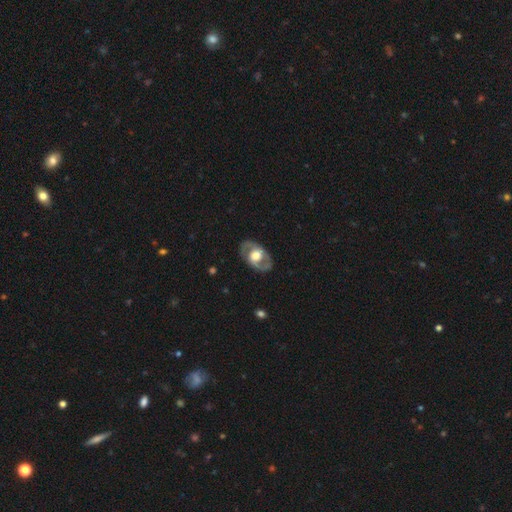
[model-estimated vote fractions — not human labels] Smooth or featured?
  - featured or disk: 72% *
  - smooth: 23%
  - star or artifact: 5%
Edge-on disk?
  - no: 92% *
  - yes: 8%
Bar?
  - no: 63% *
  - weak: 28%
  - strong: 9%
Spiral arms?
  - yes: 59% *
  - no: 41%
Bulge size?
  - large: 50% *
  - moderate: 40%
  - dominant: 4%
  - small: 4%
  - none: 2%
Merging?
  - none: 82% *
  - minor disturbance: 12%
  - major disturbance: 5%
  - merger: 1%